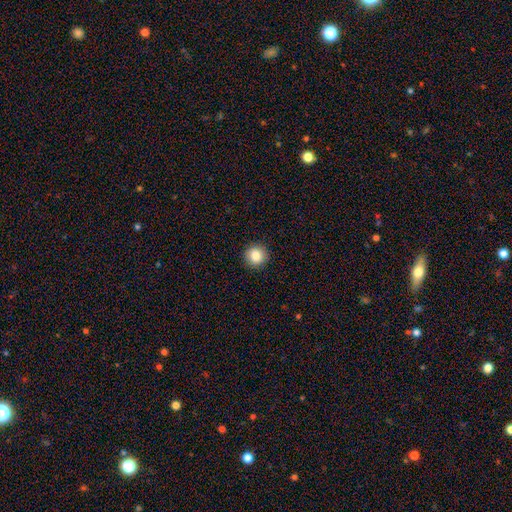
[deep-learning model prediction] A smooth galaxy with no disk features (85%) that is round (94%). Merging: none (92%).